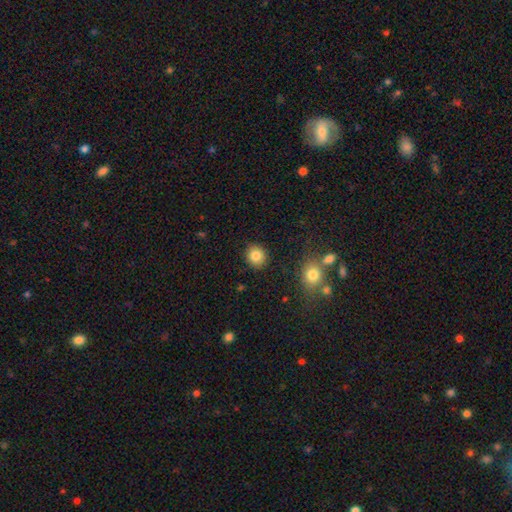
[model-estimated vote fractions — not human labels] A smooth galaxy with no disk features (84%) that is round (83%).

Vote fractions:
- Smooth or featured? smooth: 84% / star or artifact: 10% / featured or disk: 6%
- How rounded? round: 83% / in between: 16% / cigar-shaped: 1%
- Merging? none: 88% / minor disturbance: 7% / major disturbance: 2% / merger: 2%